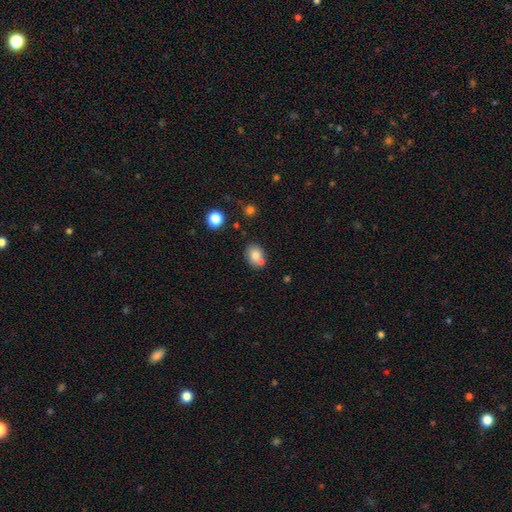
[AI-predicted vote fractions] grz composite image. It shows a smooth galaxy with no disk features (79%) that is in between round and cigar-shaped (59%). Merging: none (53%).